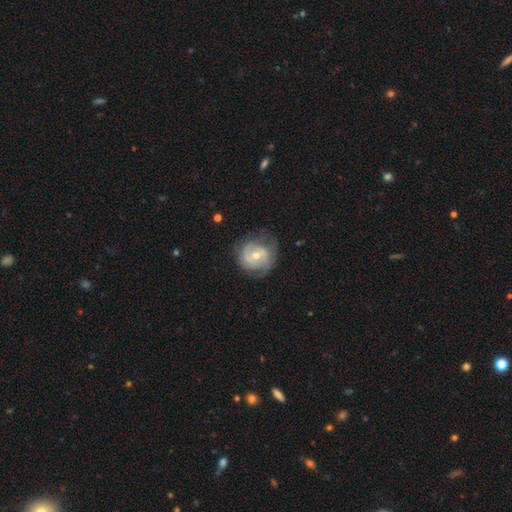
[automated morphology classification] type=featured or disk (69%); edge-on=no (97%); bar=no (52%); spiral arms=yes (84%); winding=tight (45%); arm count=2 (54%); bulge=moderate (58%); merging=none (66%).